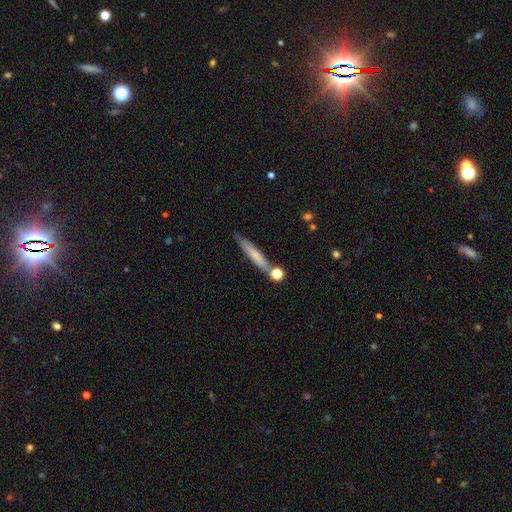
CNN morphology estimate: smooth 64%, featured or disk 29%, star or artifact 7%. Down the decision tree: how rounded — cigar-shaped (92%); merging — none (73%).